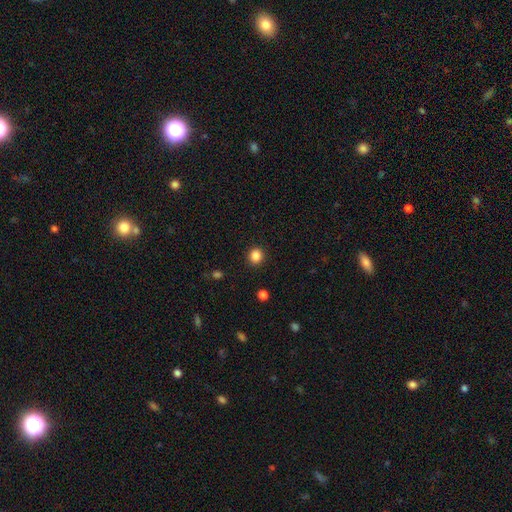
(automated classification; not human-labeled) Smooth or featured? smooth (86%)
How rounded? round (87%)
Merging? none (91%)